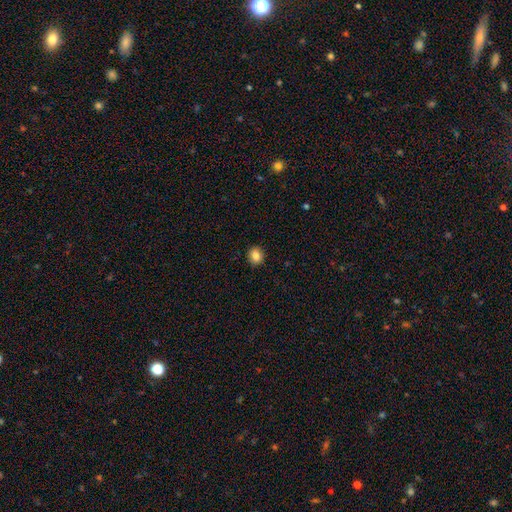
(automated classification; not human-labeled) This appears to be a smooth galaxy with no disk features (85%) that is round (74%). Merging: none (90%).